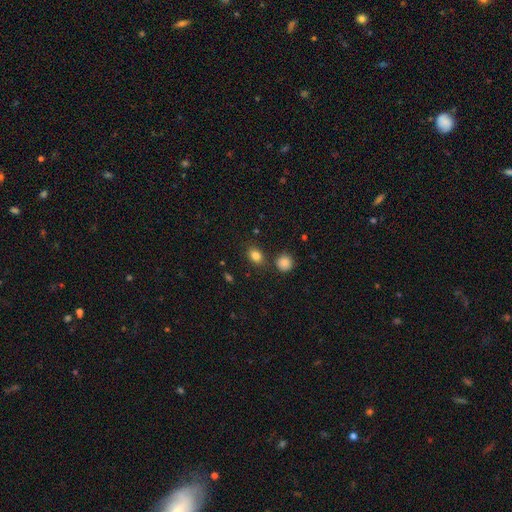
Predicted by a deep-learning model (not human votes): smooth_or_featured: smooth (p=0.83) [alt: star or artifact p=0.10]
how_rounded: in between (p=0.68) [alt: round p=0.30]
merging: none (p=0.77) [alt: minor disturbance p=0.11]